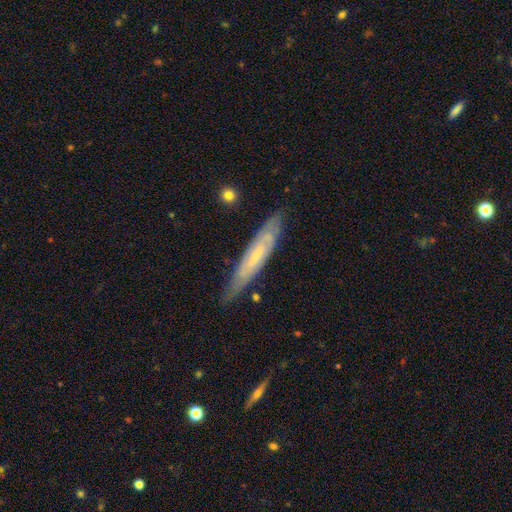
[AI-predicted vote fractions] A featured or disk galaxy (58%) viewed edge-on (59%).

Vote fractions:
- Smooth or featured? featured or disk: 58% / smooth: 36% / star or artifact: 6%
- Edge-on disk? yes: 59% / no: 41%
- Merging? none: 78% / minor disturbance: 17% / major disturbance: 3% / merger: 2%